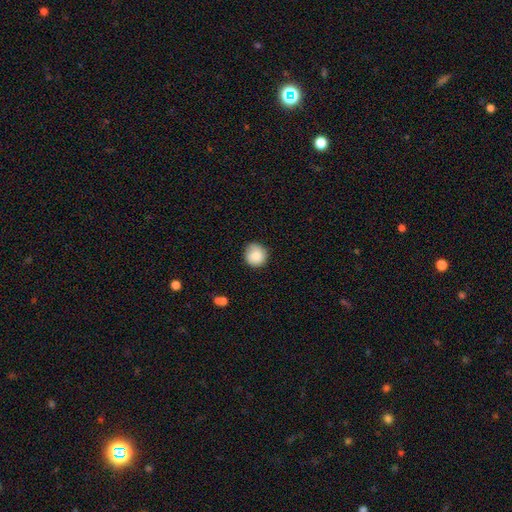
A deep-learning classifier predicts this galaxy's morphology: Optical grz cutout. It shows a smooth galaxy with no disk features (85%) that is round (90%). Merging: none (80%).